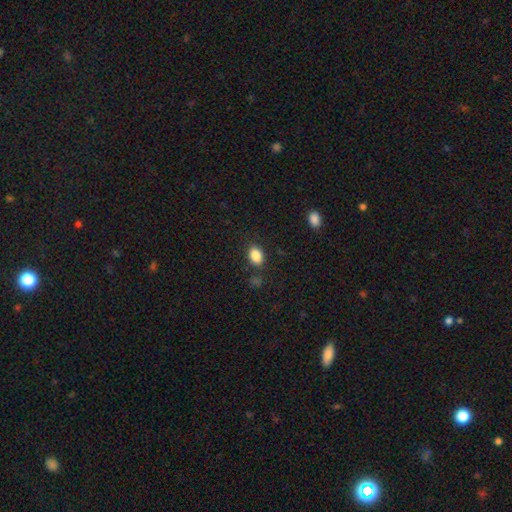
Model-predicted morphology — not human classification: type=smooth (87%); roundness=in between (81%); merging=none (82%).